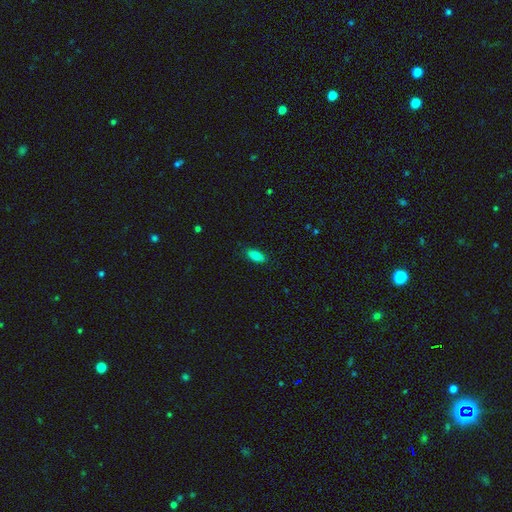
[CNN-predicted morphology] This appears to be a smooth galaxy with no disk features (80%) that is in between round and cigar-shaped (85%). Merging: none (86%).